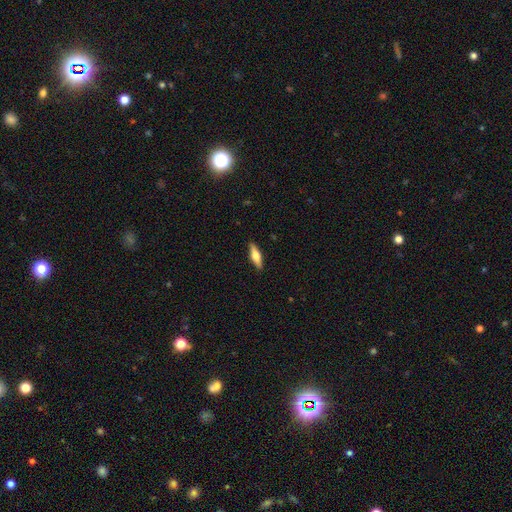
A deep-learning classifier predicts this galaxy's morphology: This appears to be a smooth galaxy with no disk features (54%) that is cigar-shaped (53%). Merging: none (89%).